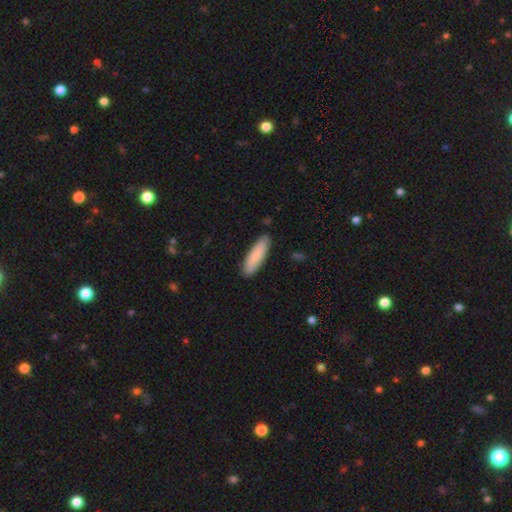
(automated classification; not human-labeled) smooth 83%, featured or disk 11%, star or artifact 5%. Down the decision tree: how rounded — cigar-shaped (57%); merging — none (87%).